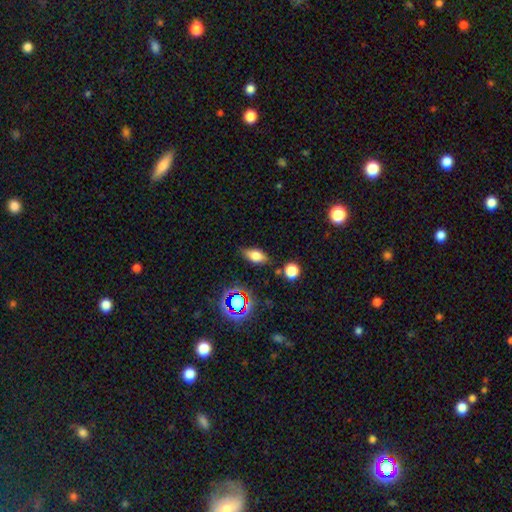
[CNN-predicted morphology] smooth-or-featured: smooth: 67% | featured or disk: 20% | star or artifact: 14%
  how-rounded: in between: 80% | cigar-shaped: 12% | round: 8%
  merging: none: 77% | minor disturbance: 15% | major disturbance: 4% | merger: 3%